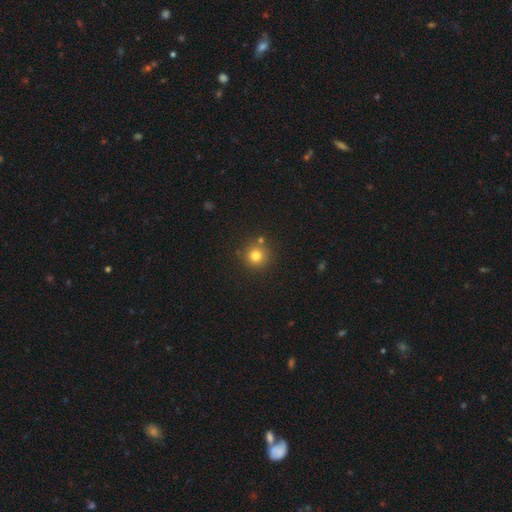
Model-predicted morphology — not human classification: The model was most divided on "smooth or featured": smooth: 78%, star or artifact: 14%, featured or disk: 7%. More confident: how rounded — round (94%); merging — none (82%).